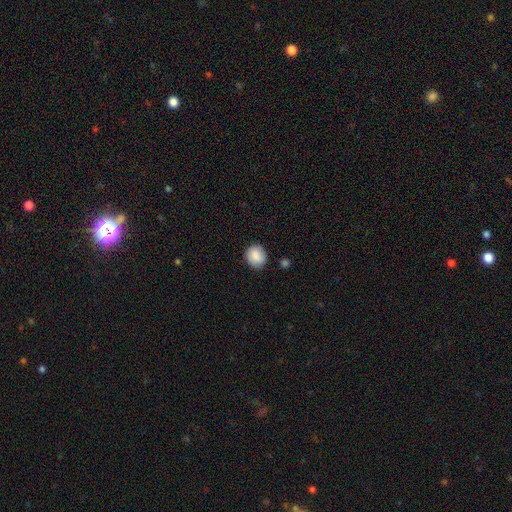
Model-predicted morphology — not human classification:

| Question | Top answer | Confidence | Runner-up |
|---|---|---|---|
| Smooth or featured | smooth | 86% | star or artifact (7%) |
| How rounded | round | 79% | in between (20%) |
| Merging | none | 82% | minor disturbance (13%) |